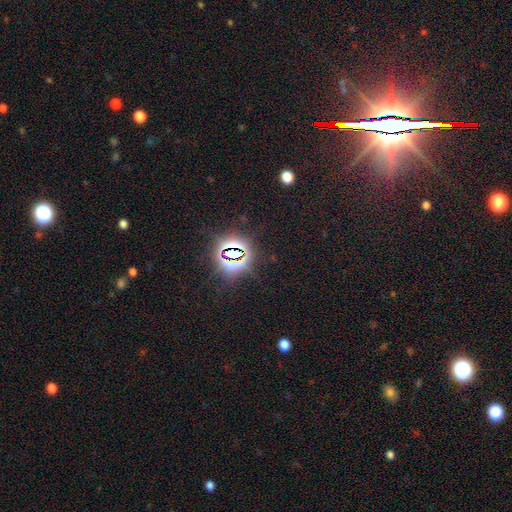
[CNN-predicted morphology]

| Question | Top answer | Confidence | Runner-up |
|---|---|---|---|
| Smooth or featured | star or artifact | 84% | smooth (9%) |